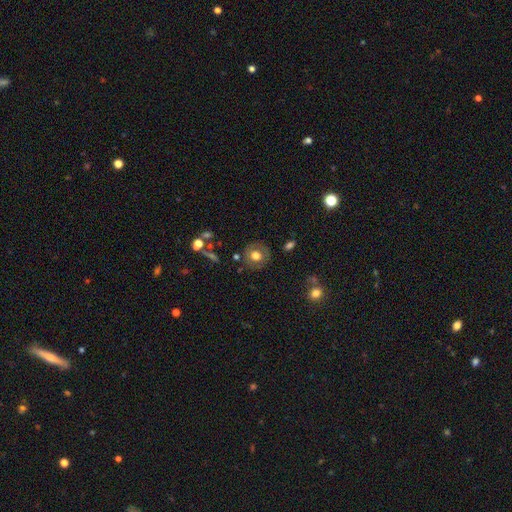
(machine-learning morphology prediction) A smooth galaxy with no disk features (64%) that is round (89%).

Vote fractions:
- Smooth or featured? smooth: 64% / featured or disk: 26% / star or artifact: 10%
- How rounded? round: 89% / in between: 11% / cigar-shaped: 1%
- Merging? none: 84% / minor disturbance: 10% / major disturbance: 4% / merger: 2%